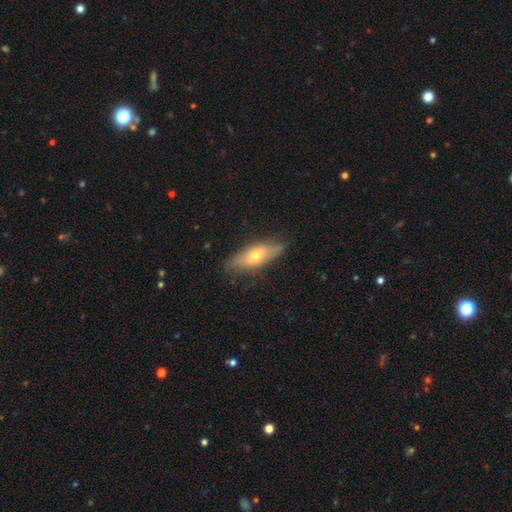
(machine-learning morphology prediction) Smooth or featured? Predicted: smooth (p=0.49). Merging? Predicted: none (p=0.78).